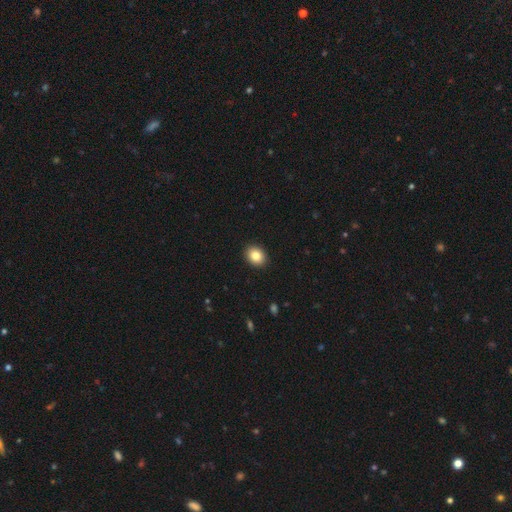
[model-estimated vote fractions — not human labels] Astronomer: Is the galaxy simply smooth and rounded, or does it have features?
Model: smooth — 84%.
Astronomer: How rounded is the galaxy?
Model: round — 50% (runner-up: in between, 49%).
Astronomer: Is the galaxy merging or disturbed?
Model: none — 92%.